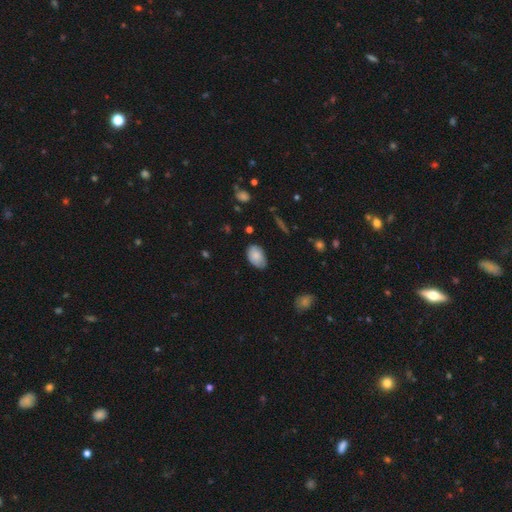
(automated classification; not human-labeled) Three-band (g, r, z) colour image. It shows a smooth galaxy with no disk features (81%) that is in between round and cigar-shaped (91%). Merging: none (68%).